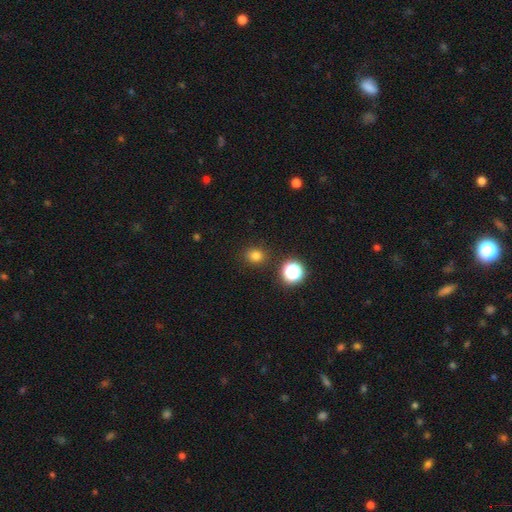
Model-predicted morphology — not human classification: A smooth galaxy with no disk features (78%) that is round (77%). Merging: none (88%).